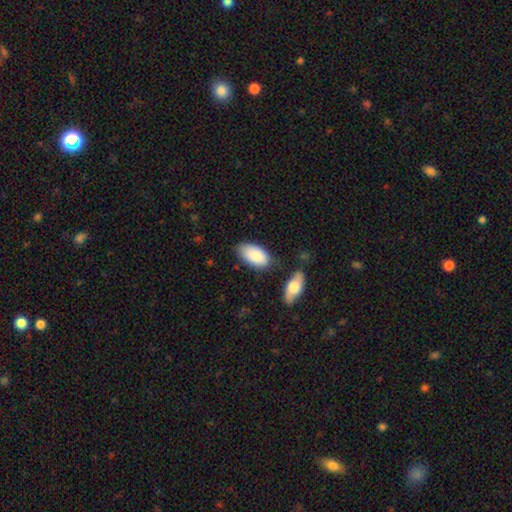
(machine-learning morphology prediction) Smooth or featured: smooth — 87% (featured or disk — 7%)
How rounded: in between — 95% (cigar-shaped — 3%)
Merging: none — 69% (minor disturbance — 20%)